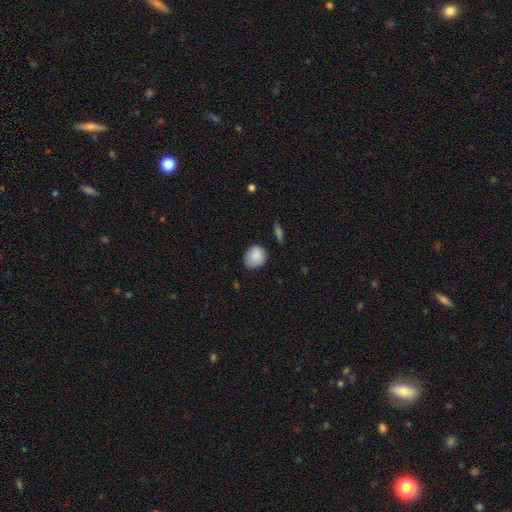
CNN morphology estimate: smooth-or-featured: smooth: 87% | star or artifact: 7% | featured or disk: 5%
  how-rounded: round: 68% | in between: 31% | cigar-shaped: 1%
  merging: none: 73% | minor disturbance: 21% | major disturbance: 3% | merger: 2%